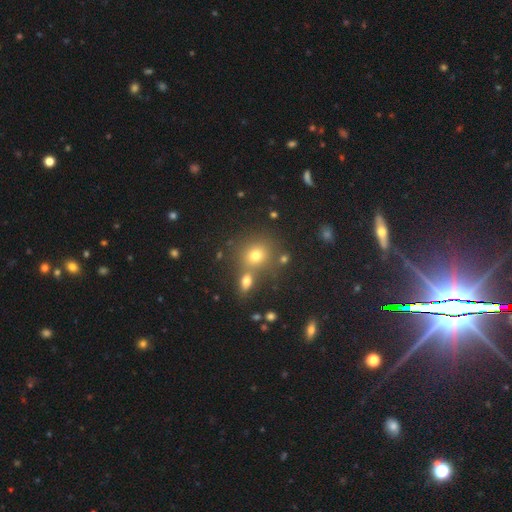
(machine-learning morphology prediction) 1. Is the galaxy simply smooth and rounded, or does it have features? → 71% smooth, 18% star or artifact, 11% featured or disk.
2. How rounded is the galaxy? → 80% round, 19% in between, 1% cigar-shaped.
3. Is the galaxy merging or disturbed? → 61% none, 26% merger, 9% minor disturbance, 4% major disturbance.